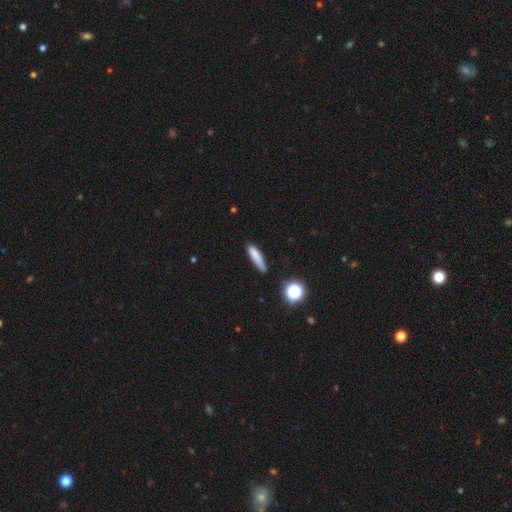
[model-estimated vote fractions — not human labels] This appears to be a smooth galaxy with no disk features (81%) that is cigar-shaped (77%). Merging: none (74%).